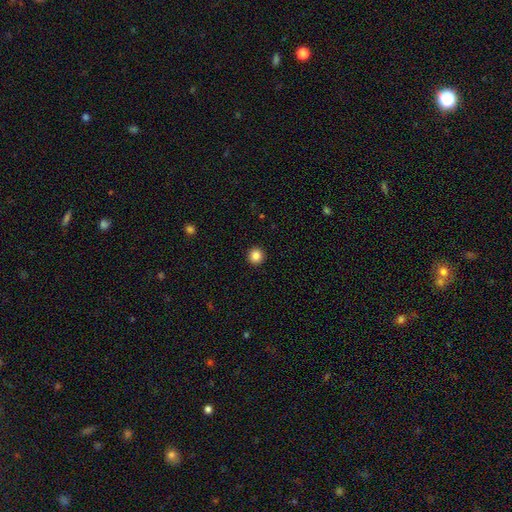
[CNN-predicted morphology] Smooth or featured? Predicted: smooth (p=0.85). How rounded? Predicted: round (p=0.95). Merging? Predicted: none (p=0.94).